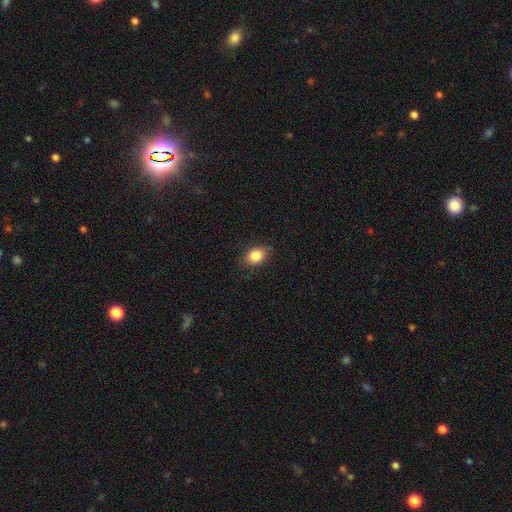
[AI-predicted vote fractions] Morphology: type=smooth (85%); roundness=in between (64%); merging=none (84%).